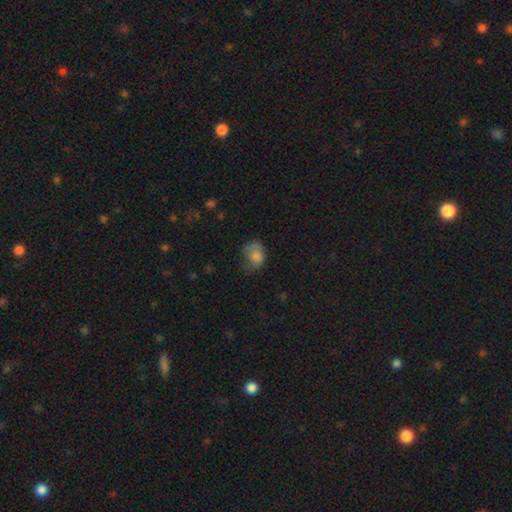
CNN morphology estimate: A smooth galaxy with no disk features (75%) that is in between round and cigar-shaped (55%).

Vote fractions:
- Smooth or featured? smooth: 75% / featured or disk: 15% / star or artifact: 11%
- How rounded? in between: 55% / round: 44% / cigar-shaped: 1%
- Merging? none: 35% / minor disturbance: 34% / major disturbance: 29% / merger: 3%